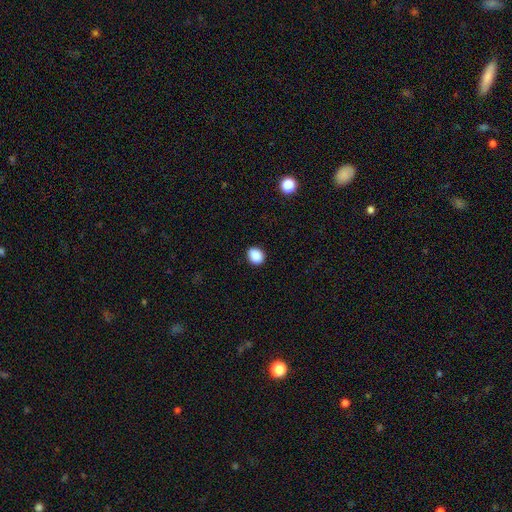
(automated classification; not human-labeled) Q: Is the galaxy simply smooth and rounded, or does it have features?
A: smooth — 88%.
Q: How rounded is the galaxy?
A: round — 53%.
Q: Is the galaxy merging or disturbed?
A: none — 89%.